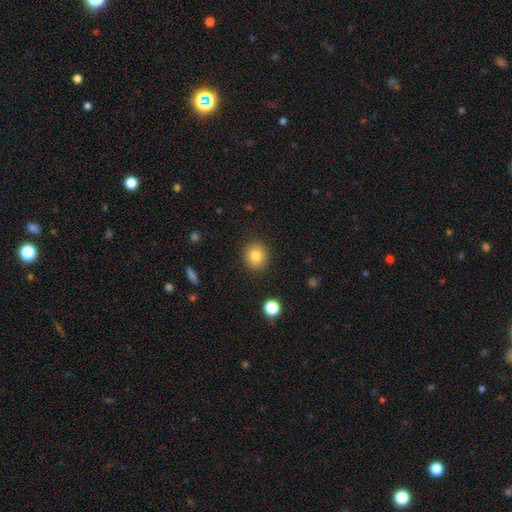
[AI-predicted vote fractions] smooth-or-featured: smooth: 83% | star or artifact: 10% | featured or disk: 8%
  how-rounded: round: 87% | in between: 12% | cigar-shaped: 1%
  merging: none: 90% | minor disturbance: 7% | major disturbance: 2% | merger: 1%